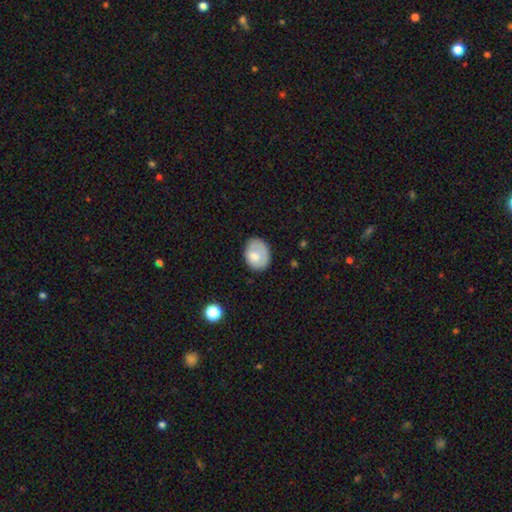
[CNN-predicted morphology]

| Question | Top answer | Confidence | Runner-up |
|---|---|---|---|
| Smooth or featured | smooth | 75% | featured or disk (18%) |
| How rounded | in between | 64% | round (35%) |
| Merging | none | 61% | minor disturbance (27%) |